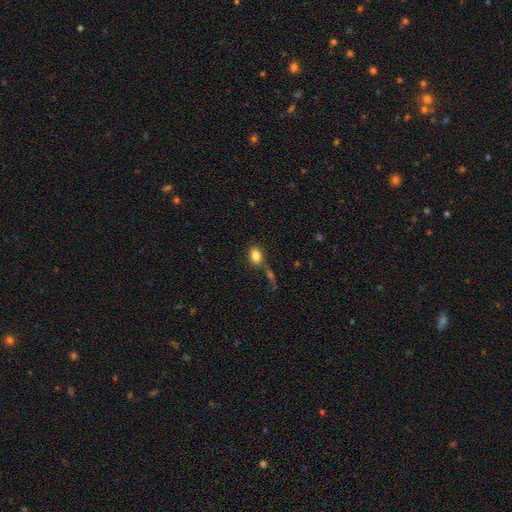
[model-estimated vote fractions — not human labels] smooth 84%, star or artifact 9%, featured or disk 7%. Down the decision tree: how rounded — in between (75%); merging — none (65%).